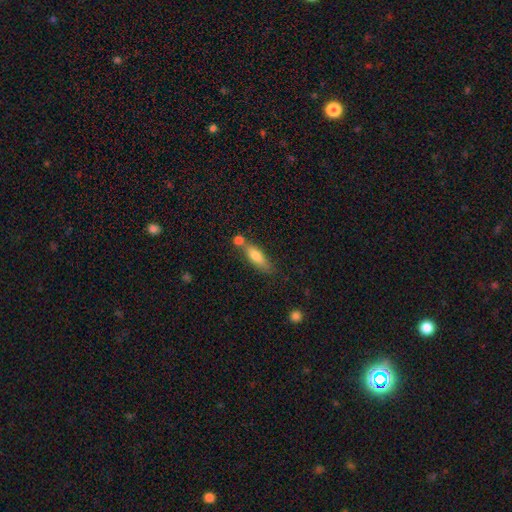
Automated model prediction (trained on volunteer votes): smooth 73%, featured or disk 20%, star or artifact 7%. Down the decision tree: how rounded — in between (51%); merging — none (49%).